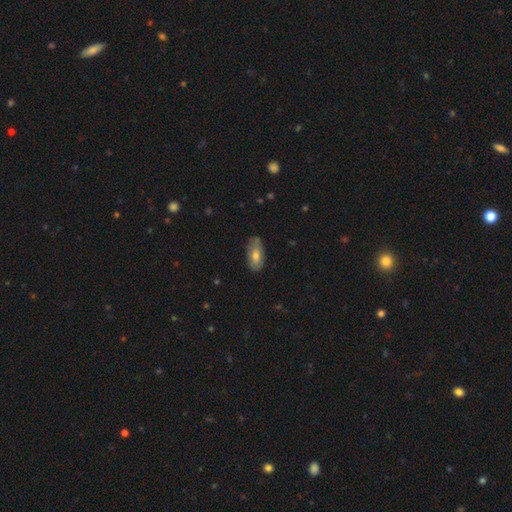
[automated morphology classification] smooth-or-featured: smooth: 60% | featured or disk: 33% | star or artifact: 7%
  how-rounded: in between: 89% | cigar-shaped: 8% | round: 3%
  merging: none: 76% | minor disturbance: 20% | major disturbance: 3% | merger: 1%